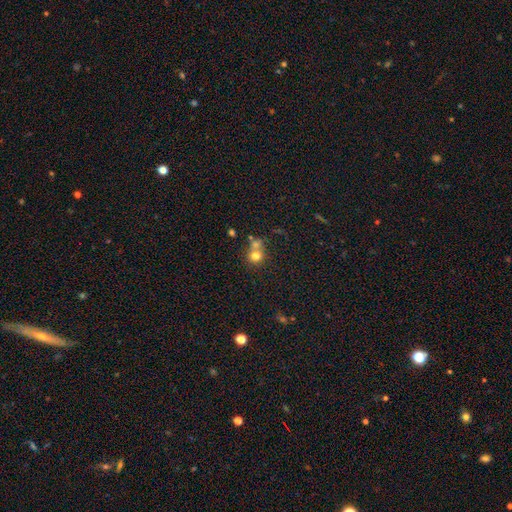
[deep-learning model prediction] A smooth galaxy with no disk features (75%) that is round (85%). Merging: none (46%).